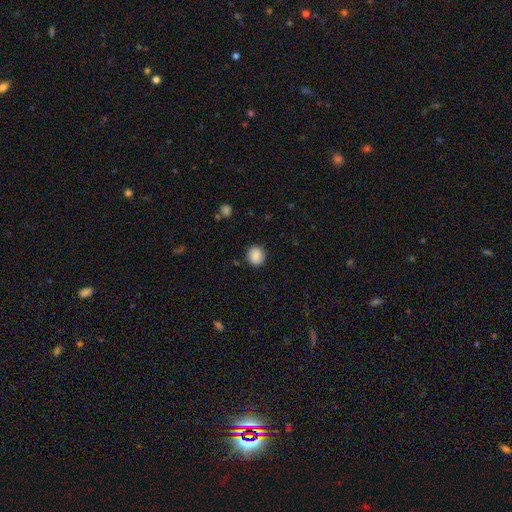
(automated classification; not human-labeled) smooth-or-featured: smooth: 85% | star or artifact: 8% | featured or disk: 6%
  how-rounded: round: 89% | in between: 10% | cigar-shaped: 1%
  merging: none: 88% | minor disturbance: 9% | major disturbance: 2% | merger: 1%